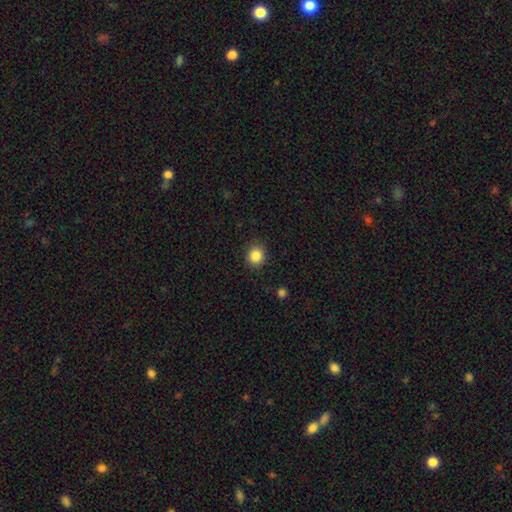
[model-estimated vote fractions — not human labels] Q: Smooth or featured?
A: smooth (86%); runner-up: star or artifact (10%)
Q: How rounded?
A: round (82%); runner-up: in between (17%)
Q: Merging?
A: none (88%); runner-up: minor disturbance (8%)